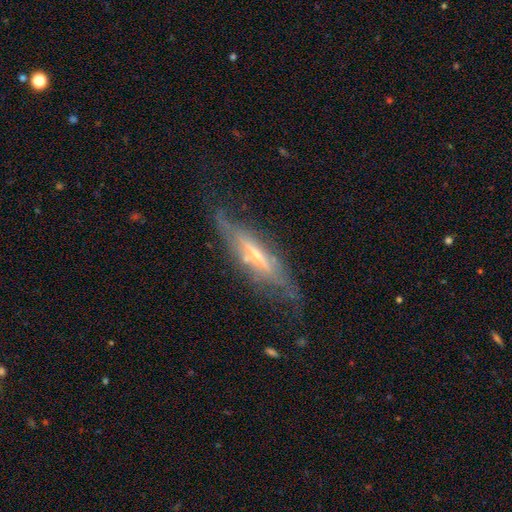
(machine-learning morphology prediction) The model was most divided on "edge-on bulge": rounded: 51%, none: 32%, boxy: 17%. More confident: edge-on disk — yes (76%); smooth or featured — featured or disk (72%); merging — none (59%).